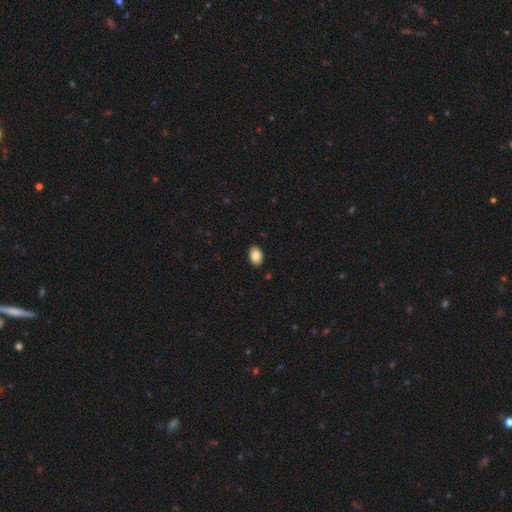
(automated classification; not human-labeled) Smooth or featured?
  - smooth: 87% *
  - star or artifact: 8%
  - featured or disk: 5%
How rounded?
  - in between: 86% *
  - round: 13%
  - cigar-shaped: 1%
Merging?
  - none: 90% *
  - minor disturbance: 8%
  - major disturbance: 2%
  - merger: 1%